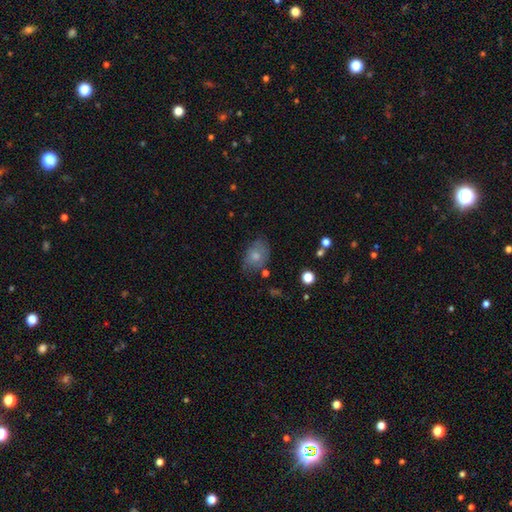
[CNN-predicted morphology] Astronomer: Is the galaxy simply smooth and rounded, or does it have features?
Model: smooth — 72%.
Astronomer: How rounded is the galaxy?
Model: in between — 69%.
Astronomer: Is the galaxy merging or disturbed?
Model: none — 56%.